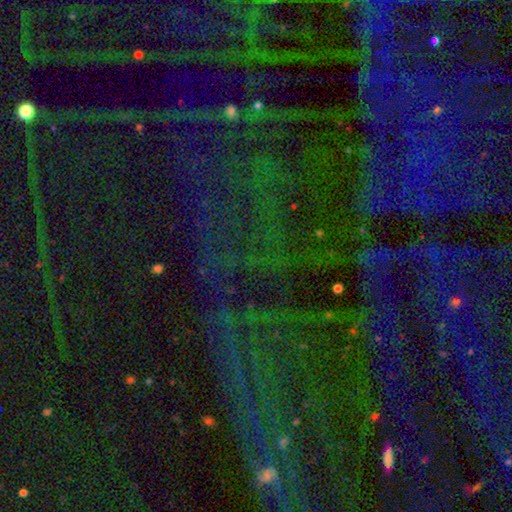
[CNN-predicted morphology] Smooth or featured? Predicted: star or artifact (p=0.80).